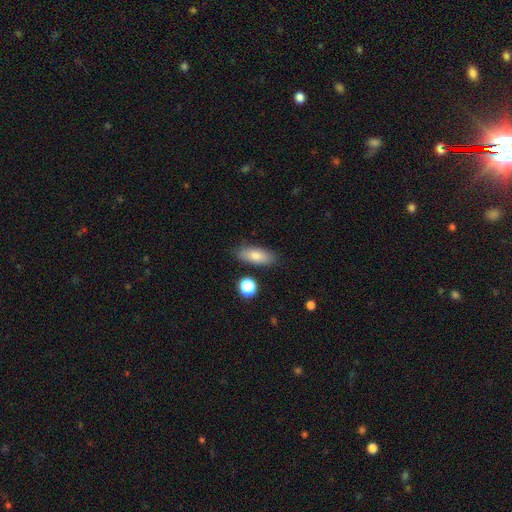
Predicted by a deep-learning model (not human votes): This appears to be a smooth galaxy with no disk features (80%) that is in between round and cigar-shaped (76%). Merging: none (83%).